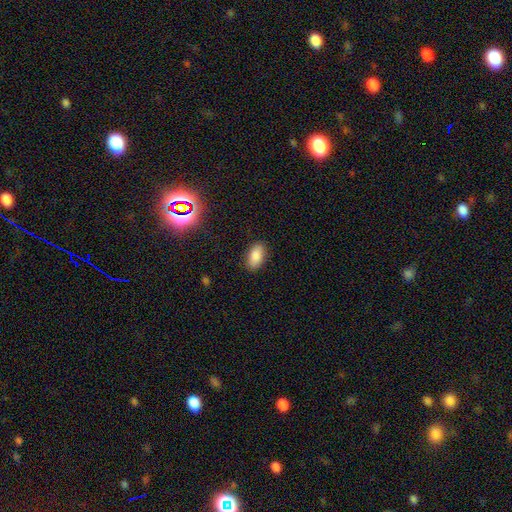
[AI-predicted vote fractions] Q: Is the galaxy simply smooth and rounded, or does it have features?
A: smooth — 85%.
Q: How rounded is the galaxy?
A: in between — 92%.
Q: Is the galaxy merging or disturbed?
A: none — 87%.